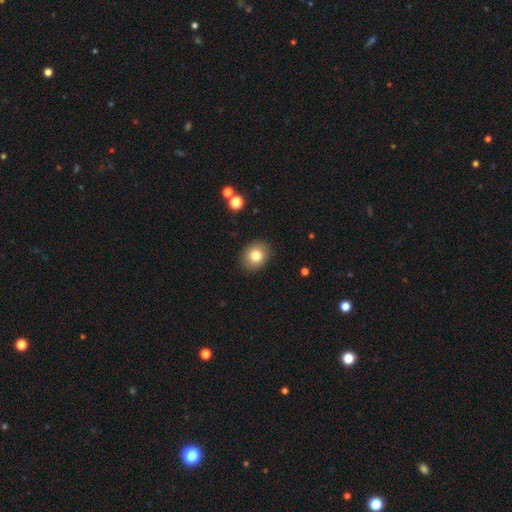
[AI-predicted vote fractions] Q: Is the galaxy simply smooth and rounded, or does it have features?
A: smooth — 81%.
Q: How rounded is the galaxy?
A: round — 62%.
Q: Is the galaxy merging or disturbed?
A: none — 89%.